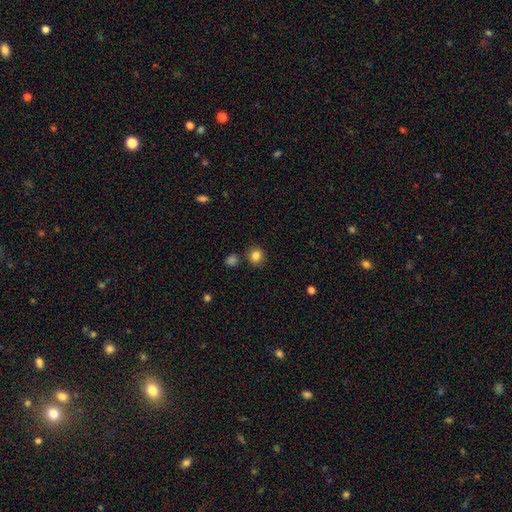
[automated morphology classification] Smooth or featured?
  - smooth: 84% *
  - star or artifact: 11%
  - featured or disk: 5%
How rounded?
  - round: 88% *
  - in between: 11%
  - cigar-shaped: 1%
Merging?
  - none: 84% *
  - minor disturbance: 8%
  - merger: 6%
  - major disturbance: 2%